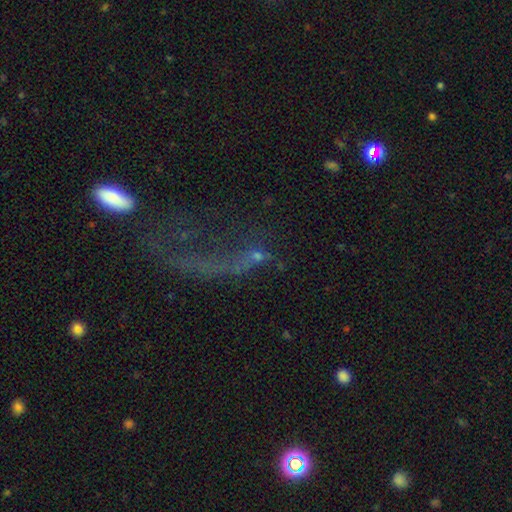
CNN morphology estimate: This is marginally a star or artifact rather than a galaxy (40%).